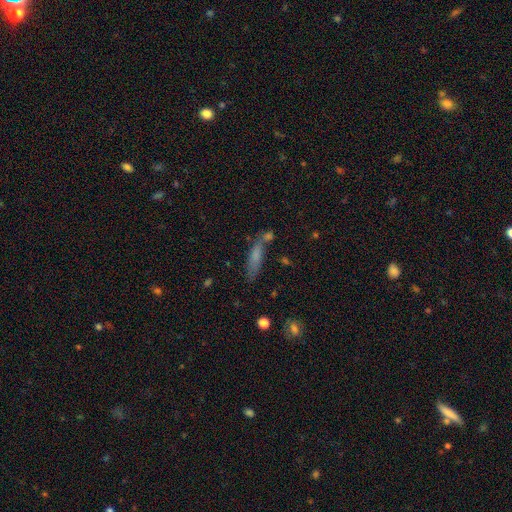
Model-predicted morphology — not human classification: Smooth or featured: smooth — 69% (featured or disk — 20%)
How rounded: cigar-shaped — 69% (in between — 28%)
Merging: none — 56% (minor disturbance — 19%)